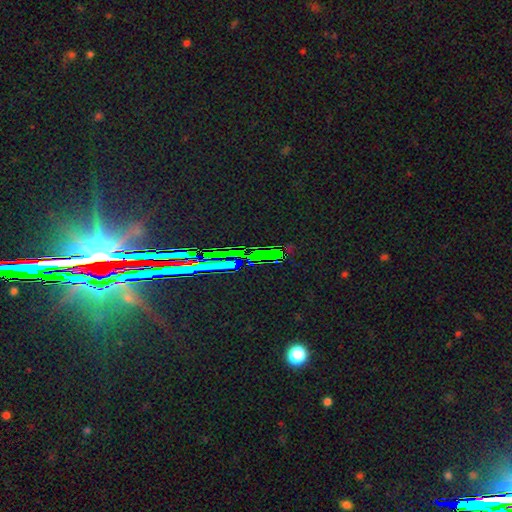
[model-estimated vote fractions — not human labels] Smooth or featured?
  - star or artifact: 78% *
  - smooth: 12%
  - featured or disk: 10%